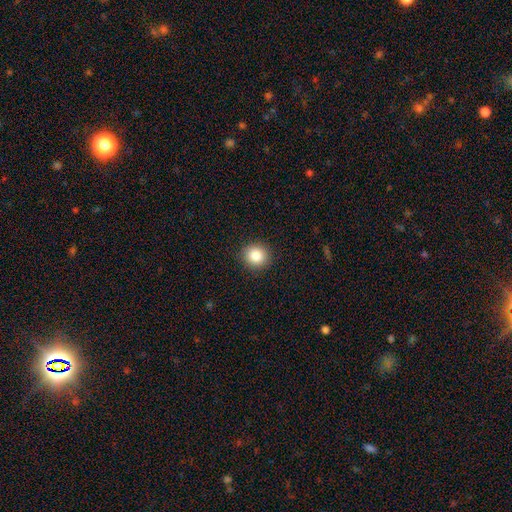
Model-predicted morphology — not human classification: This appears to be a smooth galaxy with no disk features (85%) that is round (91%). Merging: none (92%).